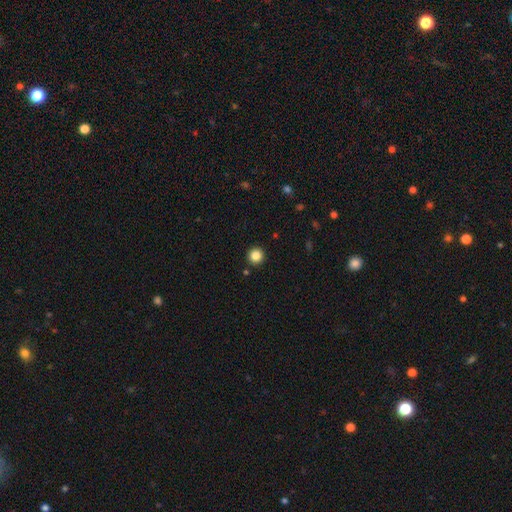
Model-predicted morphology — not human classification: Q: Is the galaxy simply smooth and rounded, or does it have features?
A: smooth — 85%.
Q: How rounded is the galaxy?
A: round — 95%.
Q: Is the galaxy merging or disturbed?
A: none — 92%.